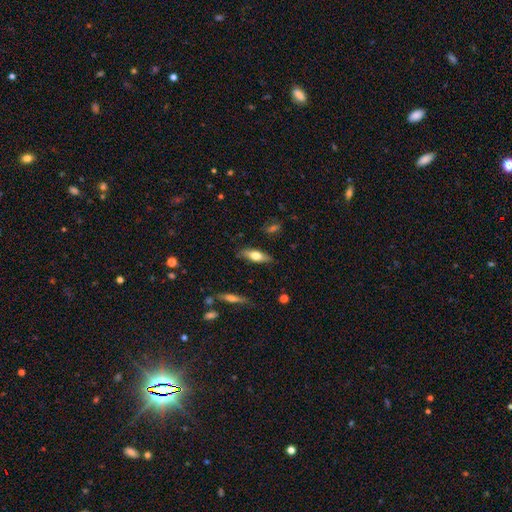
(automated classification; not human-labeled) This is likely a smooth galaxy (61%). How rounded: possibly in between (58%). Merging: clearly none (83%).